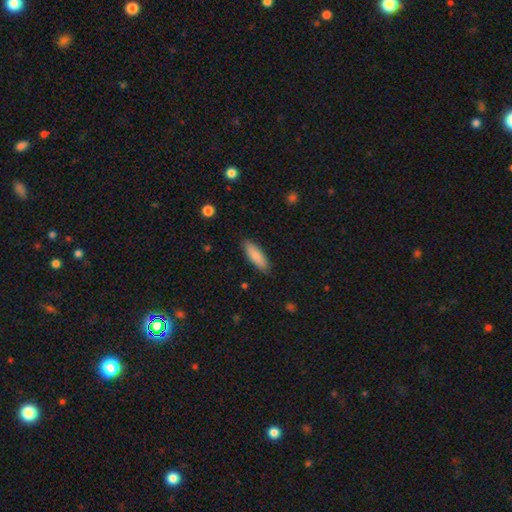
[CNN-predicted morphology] Smooth or featured?
  - smooth: 87% *
  - featured or disk: 7%
  - star or artifact: 6%
How rounded?
  - in between: 51% *
  - cigar-shaped: 48%
  - round: 2%
Merging?
  - none: 87% *
  - minor disturbance: 10%
  - major disturbance: 2%
  - merger: 1%